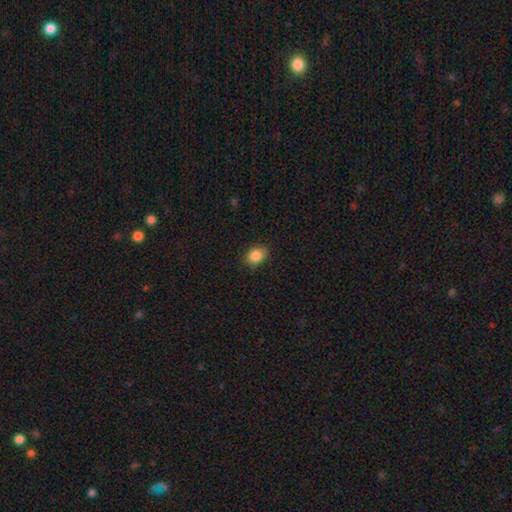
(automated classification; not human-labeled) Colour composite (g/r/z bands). It shows a smooth galaxy with no disk features (85%) that is in between round and cigar-shaped (60%). Merging: none (84%).